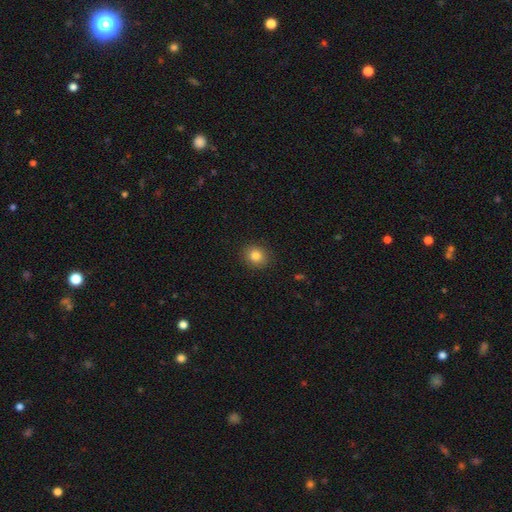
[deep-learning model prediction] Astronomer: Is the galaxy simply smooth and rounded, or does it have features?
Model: smooth — 83%.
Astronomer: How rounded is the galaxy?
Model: round — 71%.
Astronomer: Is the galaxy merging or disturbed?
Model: none — 89%.